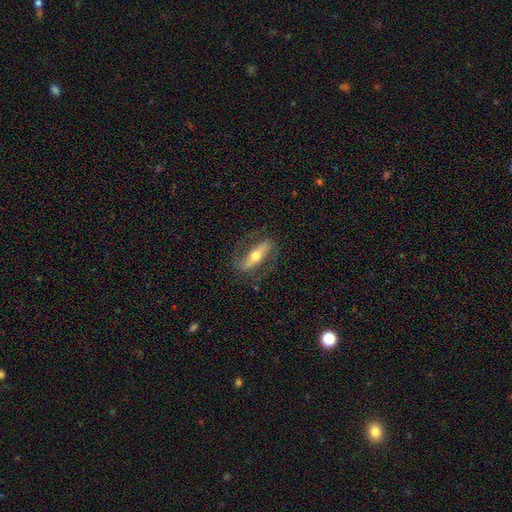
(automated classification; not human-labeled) smooth_or_featured: featured or disk (p=0.72) [alt: smooth p=0.22]
disk_edge_on: no (p=0.59) [alt: yes p=0.41]
merging: none (p=0.77) [alt: minor disturbance p=0.14]